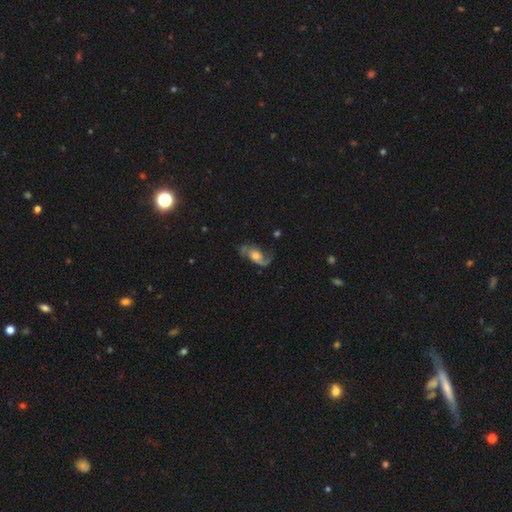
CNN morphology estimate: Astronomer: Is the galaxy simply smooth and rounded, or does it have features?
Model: featured or disk — 79%.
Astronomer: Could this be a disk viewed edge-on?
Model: no — 95%.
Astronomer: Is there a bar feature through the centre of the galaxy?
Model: no — 66%.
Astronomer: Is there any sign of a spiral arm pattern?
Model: yes — 94%.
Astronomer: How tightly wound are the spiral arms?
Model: loose — 49% (runner-up: medium, 38%).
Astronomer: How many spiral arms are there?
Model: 2 — 81%.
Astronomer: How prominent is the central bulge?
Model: moderate — 54%.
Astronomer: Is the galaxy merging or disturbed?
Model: none — 62%.